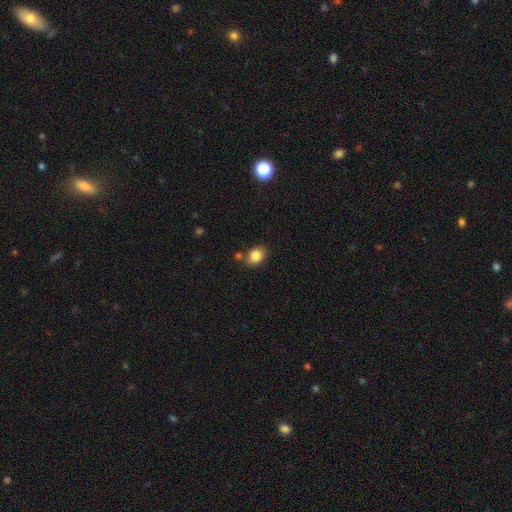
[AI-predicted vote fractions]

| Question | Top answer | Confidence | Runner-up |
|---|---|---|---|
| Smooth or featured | smooth | 84% | star or artifact (9%) |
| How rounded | in between | 63% | round (36%) |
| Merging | none | 77% | minor disturbance (12%) |